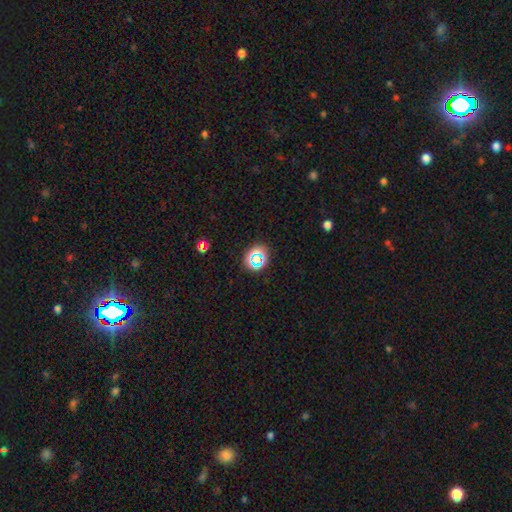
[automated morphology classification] This is possibly a star or artifact rather than a galaxy (59%).